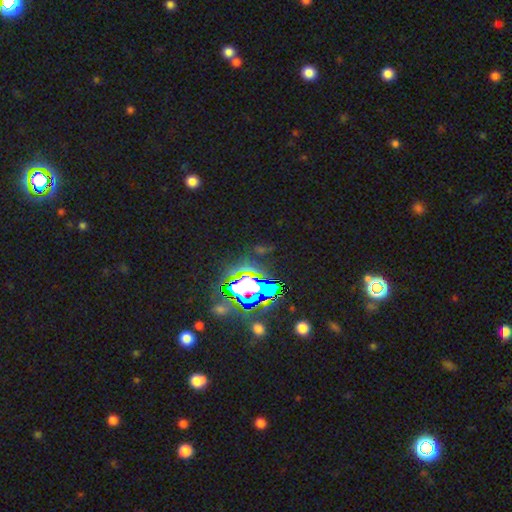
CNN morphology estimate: This is clearly a star or artifact rather than a galaxy (82%).